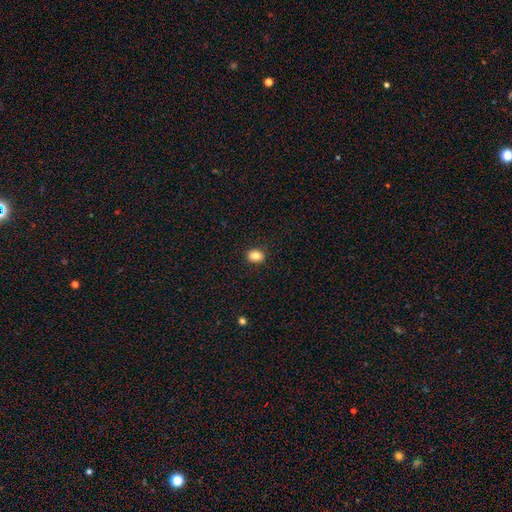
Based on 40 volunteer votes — Smooth or featured: smooth — 80% (featured or disk — 10%)
How rounded: round — 59% (in between — 41%)
Merging: none — 94% (minor disturbance — 6%)